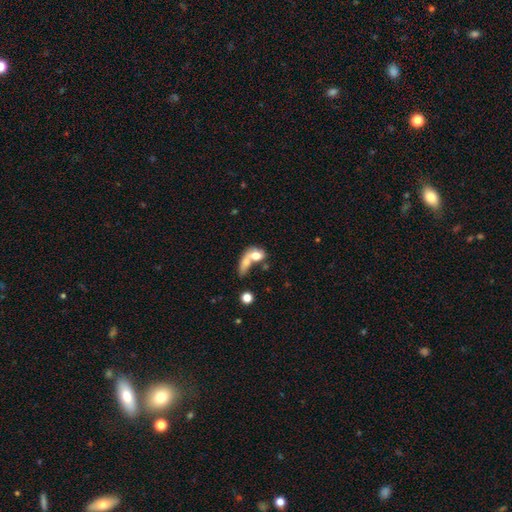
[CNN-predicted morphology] Smooth or featured: smooth — 64% (featured or disk — 27%)
How rounded: in between — 66% (round — 27%)
Merging: merger — 66% (none — 14%)